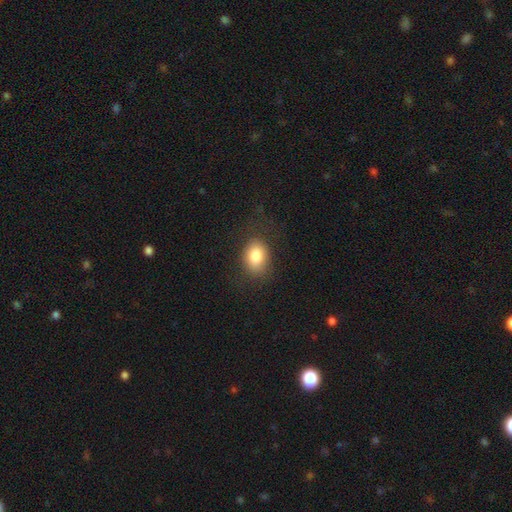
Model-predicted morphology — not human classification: Smooth or featured?
  - smooth: 83% *
  - star or artifact: 9%
  - featured or disk: 9%
How rounded?
  - in between: 72% *
  - round: 27%
  - cigar-shaped: 1%
Merging?
  - none: 76% *
  - minor disturbance: 15%
  - major disturbance: 8%
  - merger: 1%